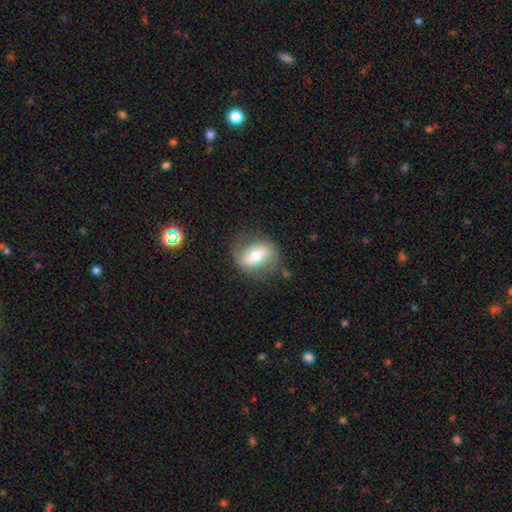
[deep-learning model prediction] A featured or disk galaxy (46%, tied with smooth).

Vote fractions:
- Smooth or featured? featured or disk: 46% (tied) / smooth: 46% (tied) / star or artifact: 8%
- Merging? none: 75% / minor disturbance: 16% / major disturbance: 7% / merger: 2%